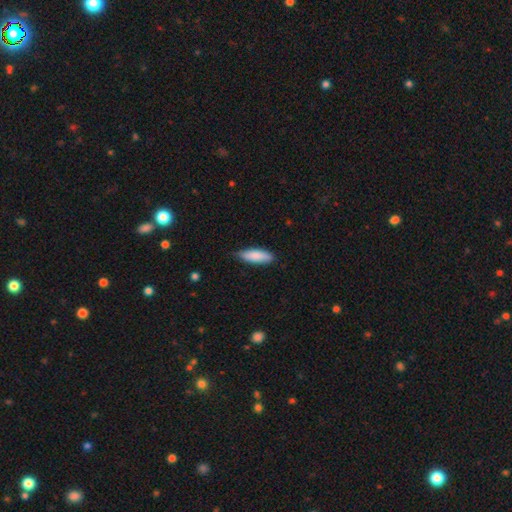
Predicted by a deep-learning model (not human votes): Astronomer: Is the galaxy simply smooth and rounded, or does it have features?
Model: smooth — 86%.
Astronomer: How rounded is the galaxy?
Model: in between — 53% (runner-up: cigar-shaped, 45%).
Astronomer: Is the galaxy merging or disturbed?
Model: none — 79%.